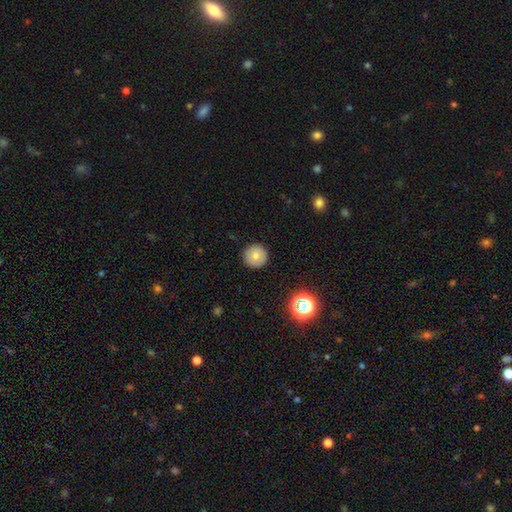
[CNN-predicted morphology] Smooth or featured?
  - smooth: 79% *
  - star or artifact: 11%
  - featured or disk: 10%
How rounded?
  - round: 96% *
  - in between: 3%
  - cigar-shaped: 1%
Merging?
  - none: 92% *
  - minor disturbance: 5%
  - major disturbance: 2%
  - merger: 1%